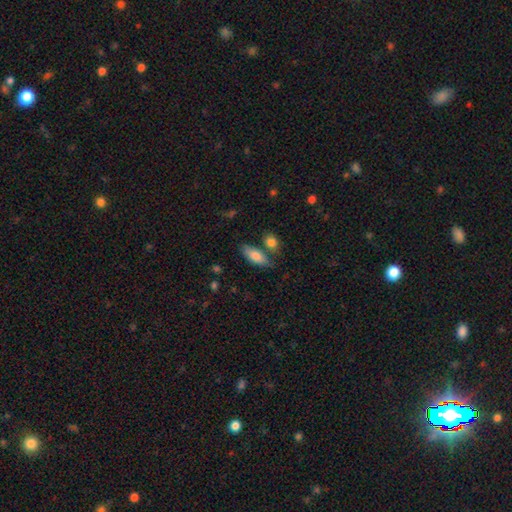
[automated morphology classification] Smooth or featured? smooth (80%)
How rounded? in between (78%)
Merging? none (66%)